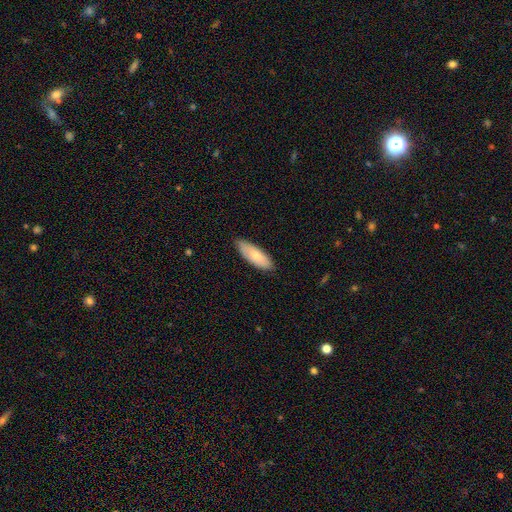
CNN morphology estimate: A smooth galaxy with no disk features (79%) that is in between round and cigar-shaped (69%).

Vote fractions:
- Smooth or featured? smooth: 79% / featured or disk: 16% / star or artifact: 5%
- How rounded? in between: 69% / cigar-shaped: 29% / round: 2%
- Merging? none: 81% / minor disturbance: 16% / major disturbance: 2% / merger: 1%